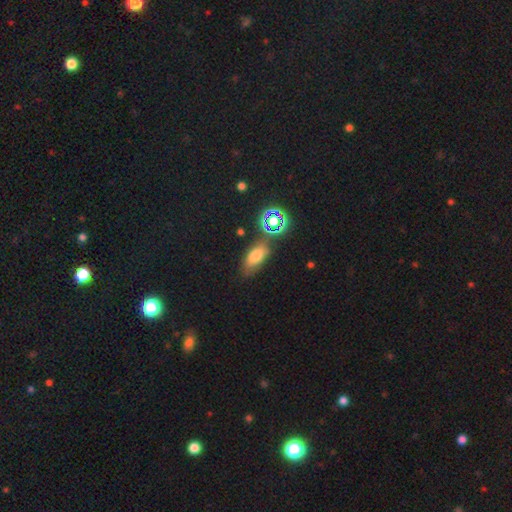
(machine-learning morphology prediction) The model was most divided on "smooth or featured": smooth: 65%, star or artifact: 22%, featured or disk: 13%. More confident: how rounded — in between (81%); merging — none (67%).